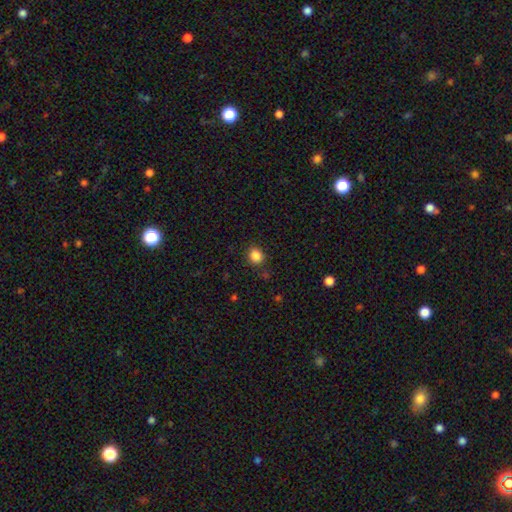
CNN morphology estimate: The model was most divided on "how rounded": round: 77%, in between: 23%, cigar-shaped: 1%. More confident: merging — none (86%); smooth or featured — smooth (85%).